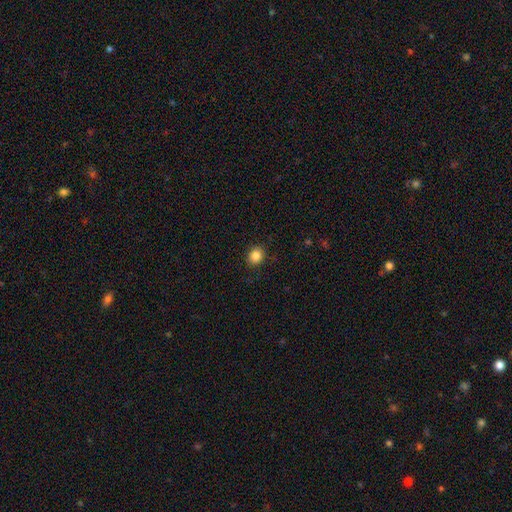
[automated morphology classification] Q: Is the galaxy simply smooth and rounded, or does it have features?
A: smooth — 86%.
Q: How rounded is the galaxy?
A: round — 67%.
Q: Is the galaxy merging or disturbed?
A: none — 88%.